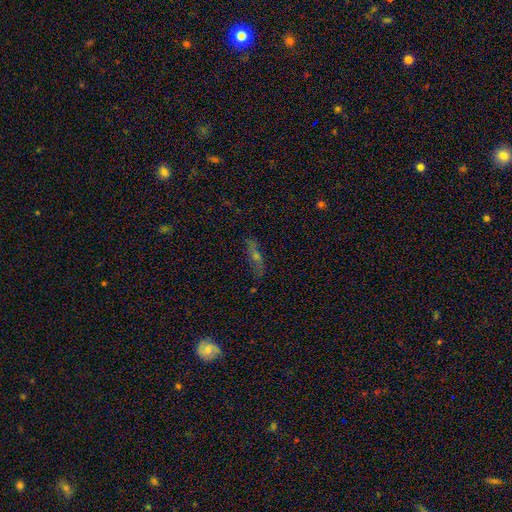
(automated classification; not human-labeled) Smooth or featured?
  - featured or disk: 51% *
  - smooth: 33%
  - star or artifact: 16%
Edge-on disk?
  - yes: 70% *
  - no: 30%
Merging?
  - none: 79% *
  - minor disturbance: 15%
  - major disturbance: 4%
  - merger: 2%